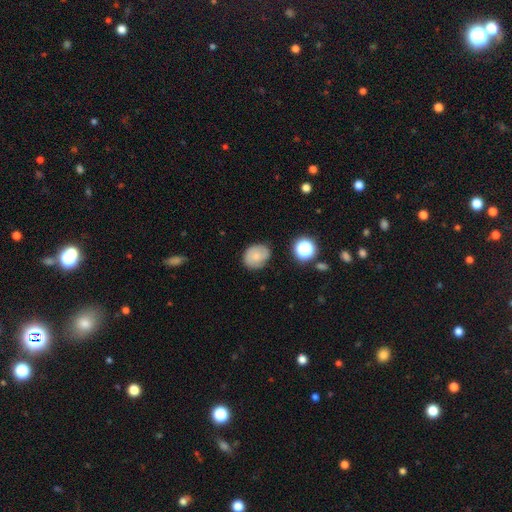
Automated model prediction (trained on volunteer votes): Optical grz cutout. It shows a smooth galaxy with no disk features (66%) that is round (59%). Merging: none (73%).